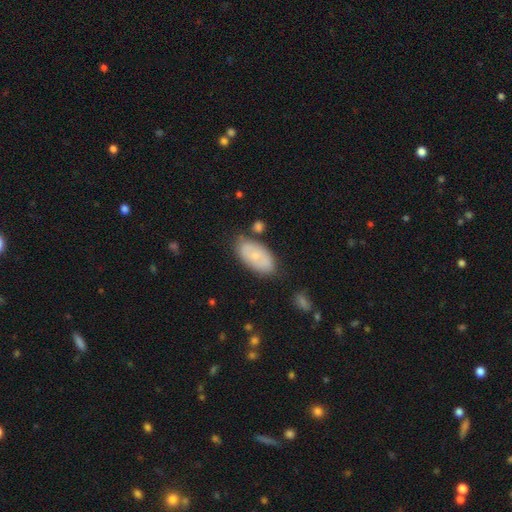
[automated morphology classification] Smooth or featured: smooth — 63% (featured or disk — 30%)
How rounded: in between — 94% (round — 3%)
Merging: none — 73% (minor disturbance — 18%)